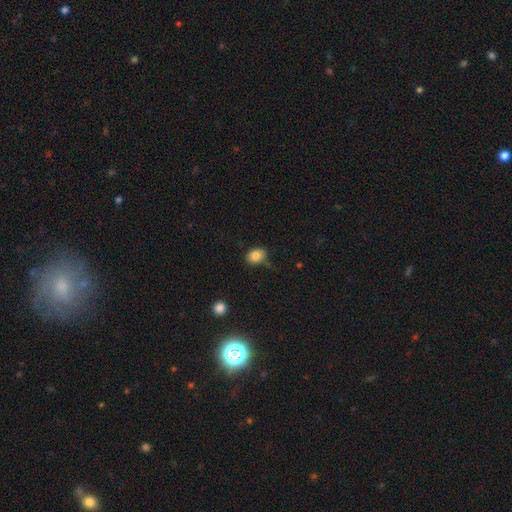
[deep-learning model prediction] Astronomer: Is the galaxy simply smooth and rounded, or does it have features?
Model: smooth — 84%.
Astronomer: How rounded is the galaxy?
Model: in between — 69%.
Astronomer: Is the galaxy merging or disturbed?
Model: none — 75%.